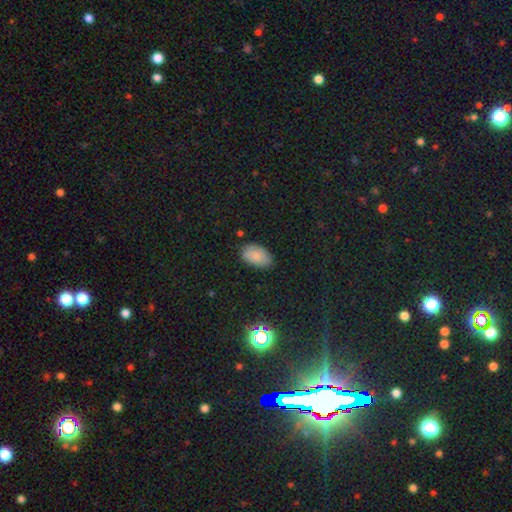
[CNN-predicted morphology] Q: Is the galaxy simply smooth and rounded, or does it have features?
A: smooth — 81%.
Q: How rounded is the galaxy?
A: in between — 93%.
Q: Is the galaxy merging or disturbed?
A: none — 79%.